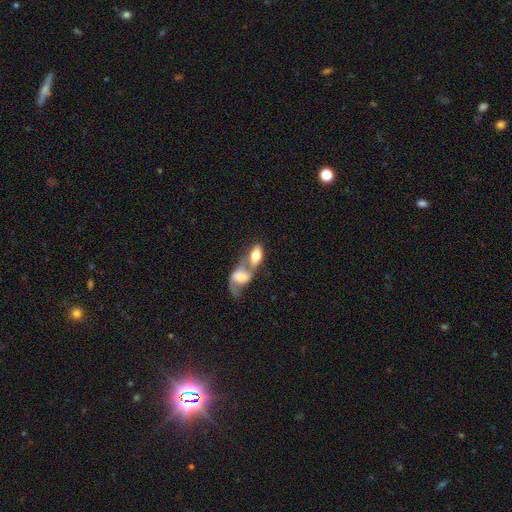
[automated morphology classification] Smooth or featured? Predicted: smooth (p=0.64). How rounded? Predicted: in between (p=0.89). Merging? Predicted: merger (p=0.71).